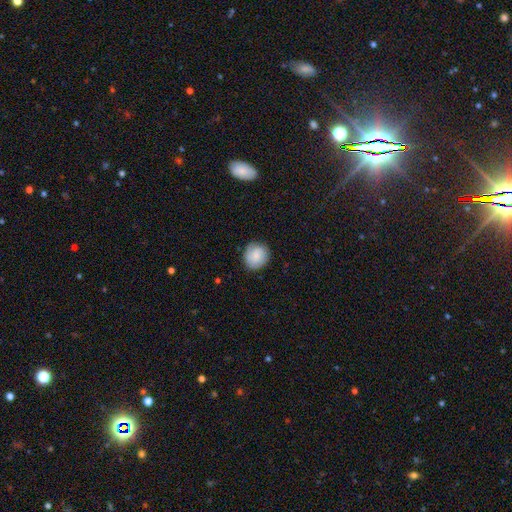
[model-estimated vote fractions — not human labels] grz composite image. It shows a smooth galaxy with no disk features (85%) that is round (87%). Merging: none (84%).